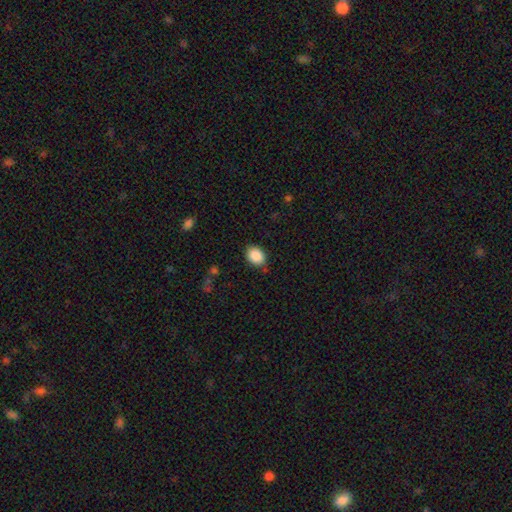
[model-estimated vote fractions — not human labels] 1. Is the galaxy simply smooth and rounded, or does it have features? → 89% smooth, 8% star or artifact, 3% featured or disk.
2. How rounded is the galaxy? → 62% in between, 38% round, 1% cigar-shaped.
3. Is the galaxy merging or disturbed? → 83% none, 12% minor disturbance, 3% major disturbance, 2% merger.